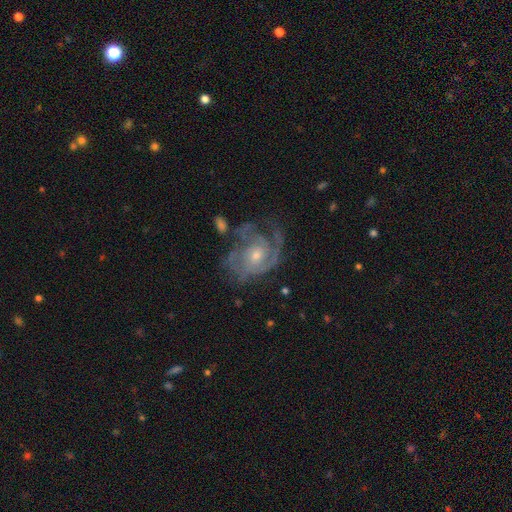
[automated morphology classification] The model was most divided on "spiral arm count": can't tell: 31%, 2: 26%, 3: 20%, 1: 13%, 4: 6%, more than 4: 4%. Remaining: edge-on disk — no (97%); spiral arms — yes (89%); smooth or featured — featured or disk (83%); bar — no (73%); bulge size — moderate (52%); spiral winding — tight (49%); merging — none (47%).